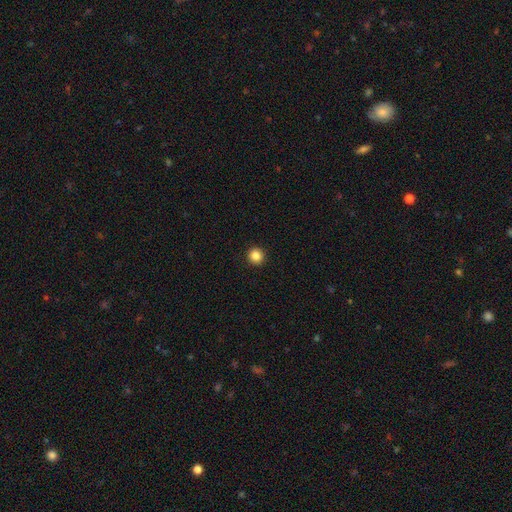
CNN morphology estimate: Overall: smooth (86%). How rounded: round (94%). Merging: none (93%).